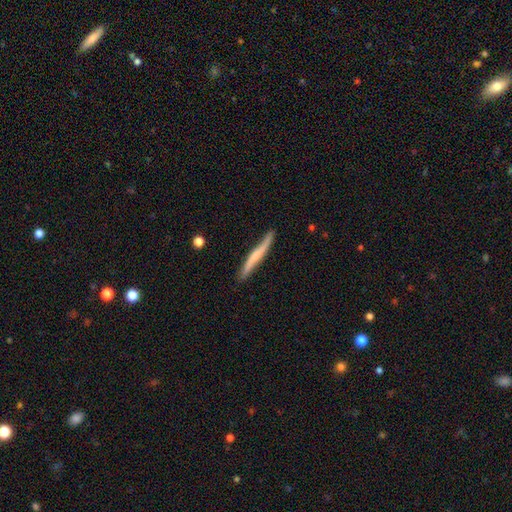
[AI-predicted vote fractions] smooth_or_featured: featured or disk (p=0.54) [alt: smooth p=0.41]
disk_edge_on: yes (p=0.85) [alt: no p=0.15]
merging: none (p=0.77) [alt: minor disturbance p=0.18]